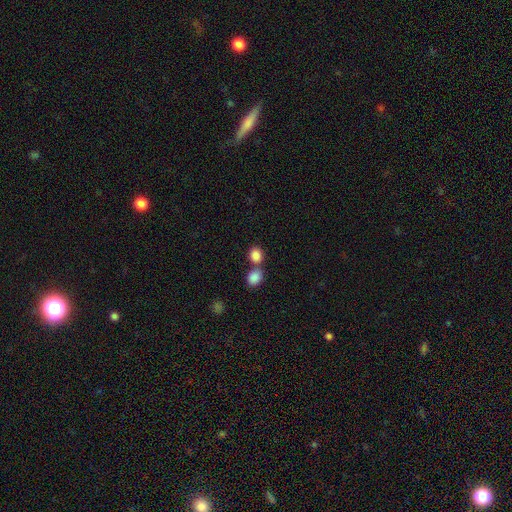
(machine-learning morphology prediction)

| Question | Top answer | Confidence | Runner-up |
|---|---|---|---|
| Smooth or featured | smooth | 86% | star or artifact (9%) |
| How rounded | round | 65% | in between (33%) |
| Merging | none | 48% | merger (42%) |